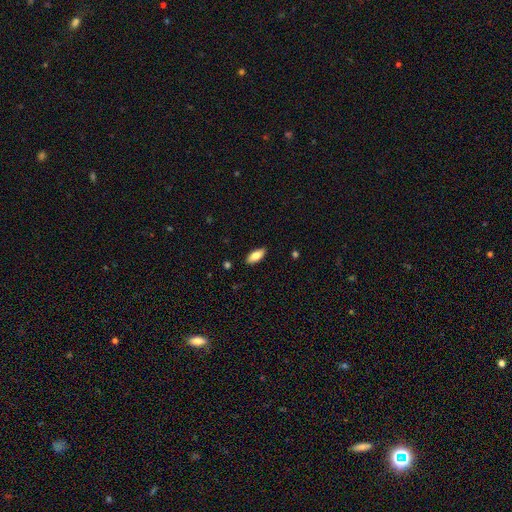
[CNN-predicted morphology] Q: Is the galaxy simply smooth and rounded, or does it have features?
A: smooth — 80%.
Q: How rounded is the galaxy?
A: in between — 82%.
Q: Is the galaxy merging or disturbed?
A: none — 88%.